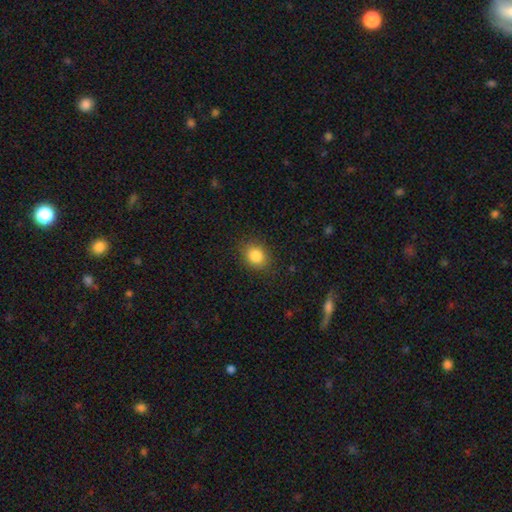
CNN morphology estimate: Q: Smooth or featured?
A: smooth (85%); runner-up: star or artifact (10%)
Q: How rounded?
A: round (54%); runner-up: in between (45%)
Q: Merging?
A: none (87%); runner-up: minor disturbance (10%)